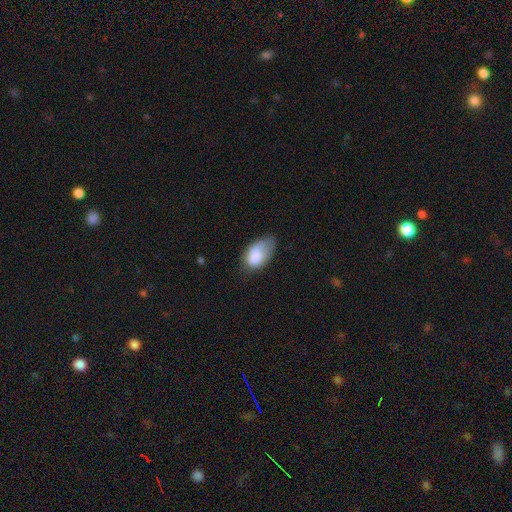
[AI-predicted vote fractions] A smooth galaxy with no disk features (81%) that is in between round and cigar-shaped (91%).

Vote fractions:
- Smooth or featured? smooth: 81% / featured or disk: 12% / star or artifact: 7%
- How rounded? in between: 91% / round: 7% / cigar-shaped: 1%
- Merging? minor disturbance: 42% / none: 36% / major disturbance: 19% / merger: 3%